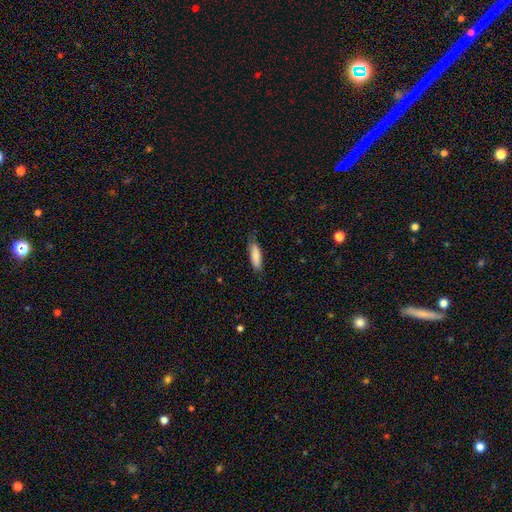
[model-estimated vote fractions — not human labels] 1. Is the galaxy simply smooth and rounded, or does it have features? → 86% smooth, 8% featured or disk, 6% star or artifact.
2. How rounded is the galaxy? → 54% cigar-shaped, 44% in between, 1% round.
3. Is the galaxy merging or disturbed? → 77% none, 19% minor disturbance, 3% major disturbance, 1% merger.